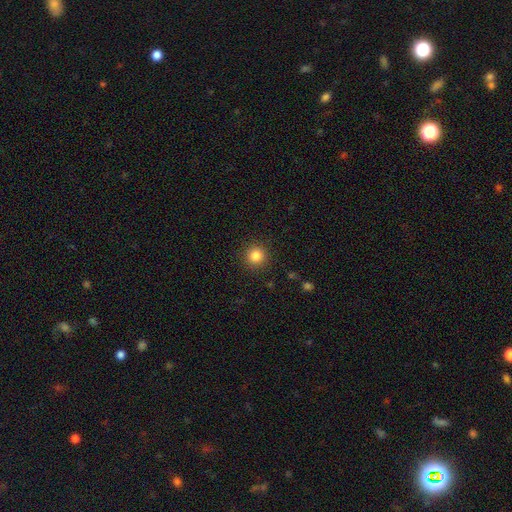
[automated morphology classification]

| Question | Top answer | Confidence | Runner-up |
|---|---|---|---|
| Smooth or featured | smooth | 85% | star or artifact (11%) |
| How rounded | round | 93% | in between (6%) |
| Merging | none | 91% | minor disturbance (6%) |